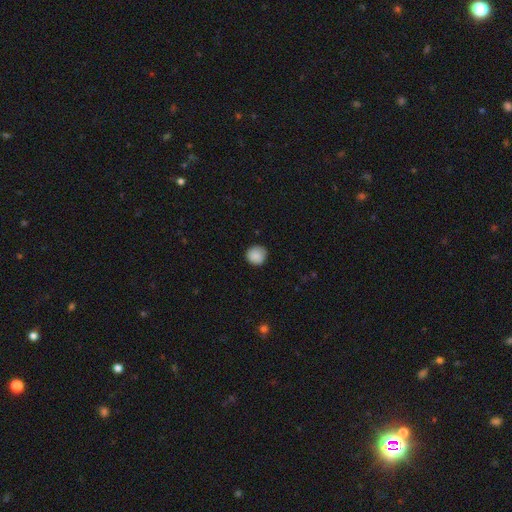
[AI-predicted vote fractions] Smooth or featured?
  - smooth: 88% *
  - star or artifact: 8%
  - featured or disk: 4%
How rounded?
  - round: 91% *
  - in between: 8%
  - cigar-shaped: 1%
Merging?
  - none: 85% *
  - minor disturbance: 12%
  - major disturbance: 2%
  - merger: 1%